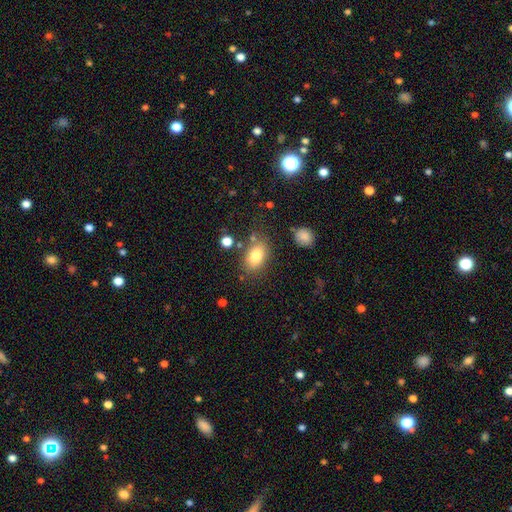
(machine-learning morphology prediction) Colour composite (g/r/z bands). It shows a smooth galaxy with no disk features (80%) that is in between round and cigar-shaped (85%). Merging: none (74%).